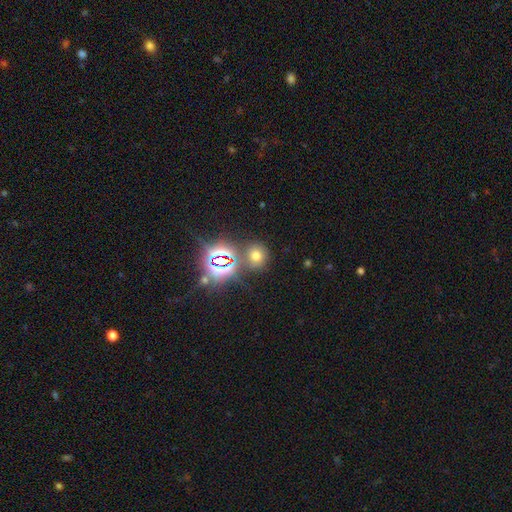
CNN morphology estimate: smooth_or_featured: smooth (p=0.57) [alt: star or artifact p=0.34]
how_rounded: round (p=0.83) [alt: in between p=0.15]
merging: none (p=0.76) [alt: minor disturbance p=0.10]